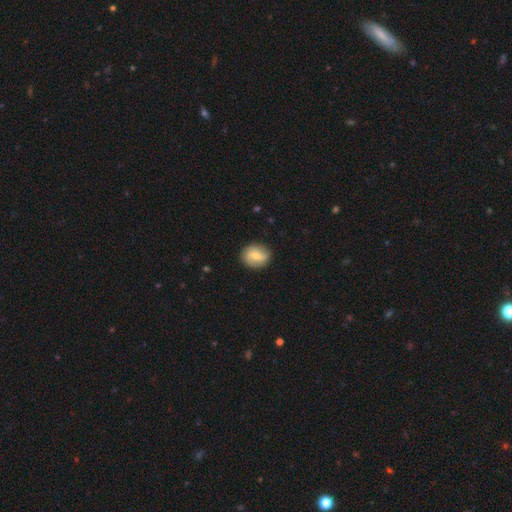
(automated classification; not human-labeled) smooth 48%, featured or disk 45%, star or artifact 7%. Down the decision tree: merging — none (84%).